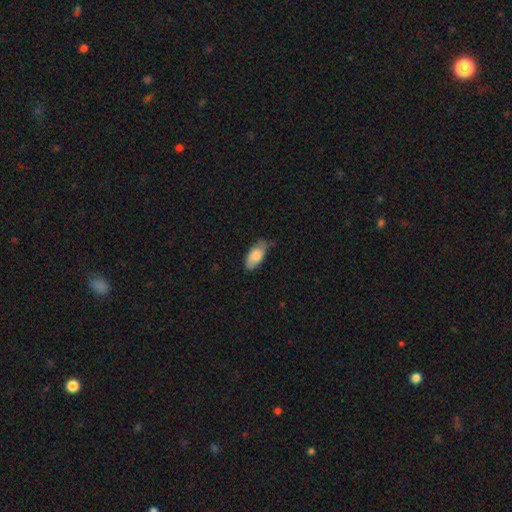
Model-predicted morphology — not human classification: This appears to be a smooth galaxy with no disk features (77%) that is in between round and cigar-shaped (89%). Merging: none (62%).